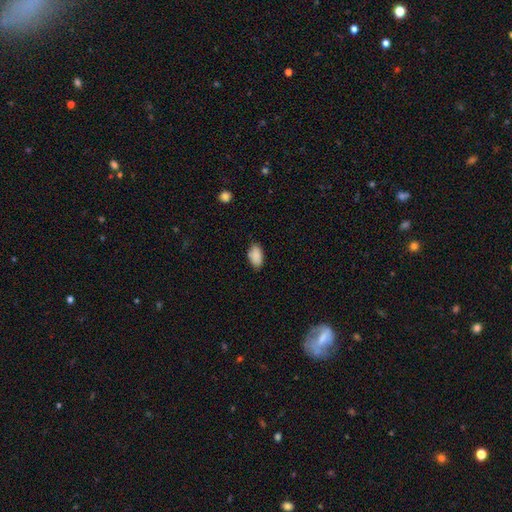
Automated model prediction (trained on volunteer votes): This is clearly a smooth galaxy (89%). How rounded: clearly in between (93%). Merging: clearly none (80%).